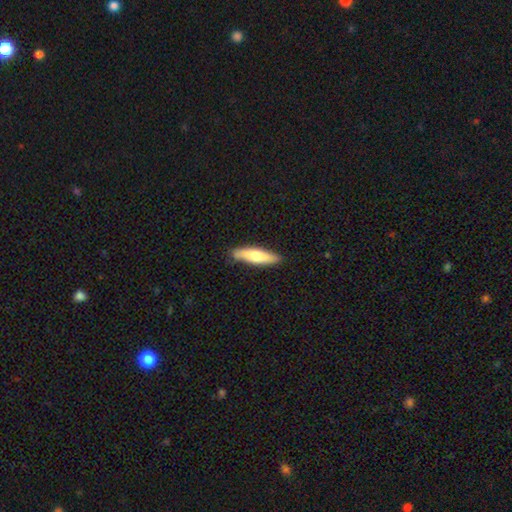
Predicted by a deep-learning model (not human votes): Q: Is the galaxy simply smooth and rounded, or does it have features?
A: smooth — 65%.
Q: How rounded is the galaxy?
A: cigar-shaped — 74%.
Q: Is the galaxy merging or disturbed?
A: none — 86%.